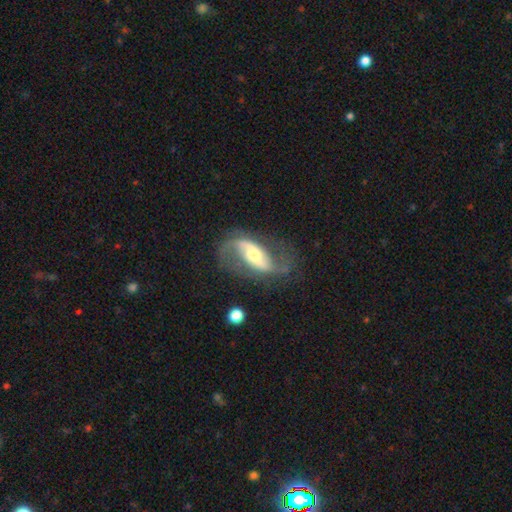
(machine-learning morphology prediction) A featured or disk galaxy (84%) with a strong bar (40%), 2 (89%) loose (60%) spiral arms (93%) and a moderate central bulge (59%).

Vote fractions:
- Smooth or featured? featured or disk: 84% / smooth: 11% / star or artifact: 5%
- Edge-on disk? no: 94% / yes: 6%
- Bar? strong: 40% / weak: 35% / no: 25%
- Spiral arms? yes: 93% / no: 7%
- Spiral winding? loose: 60% / medium: 32% / tight: 8%
- Spiral arm count? 2: 89% / 1: 5% / can't tell: 4% / 3: 1% / 4: 1% / more than 4: 1%
- Bulge size? moderate: 59% / small: 25% / large: 13% / dominant: 2% / none: 2%
- Merging? none: 63% / minor disturbance: 18% / major disturbance: 16% / merger: 2%